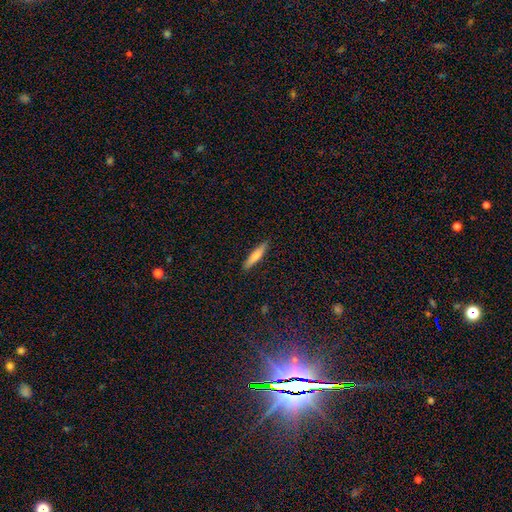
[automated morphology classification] smooth-or-featured: smooth: 68% | featured or disk: 26% | star or artifact: 6%
  how-rounded: cigar-shaped: 87% | in between: 12% | round: 2%
  merging: none: 90% | minor disturbance: 7% | major disturbance: 2% | merger: 1%